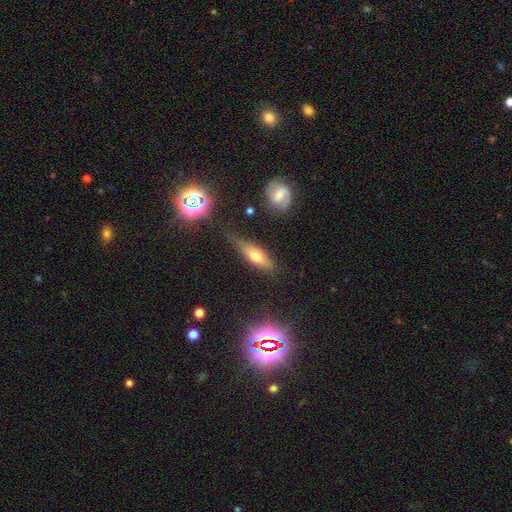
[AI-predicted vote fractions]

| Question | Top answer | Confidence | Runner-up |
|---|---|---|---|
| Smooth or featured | smooth | 54% | featured or disk (35%) |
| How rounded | in between | 49% | cigar-shaped (47%) |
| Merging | none | 65% | minor disturbance (24%) |